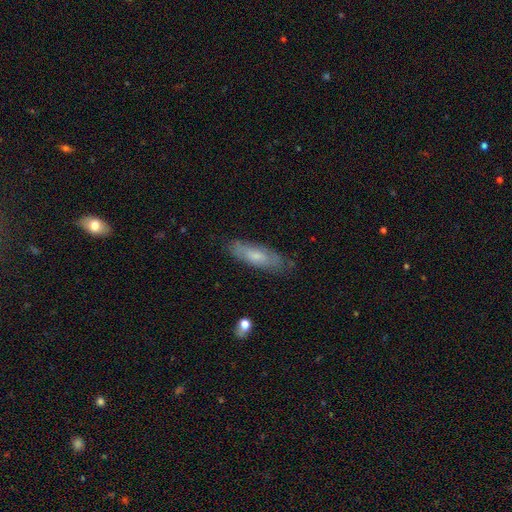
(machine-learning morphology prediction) This is possibly a smooth galaxy (58%). How rounded: possibly cigar-shaped (50%). Merging: likely none (77%).